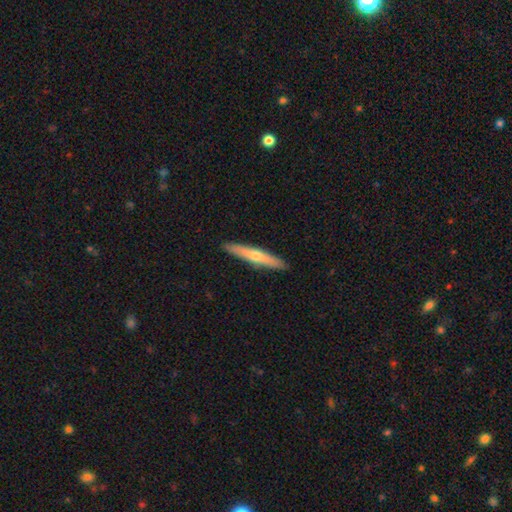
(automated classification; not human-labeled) Smooth or featured? featured or disk (51%)
Edge-on disk? yes (94%)
Merging? none (92%)